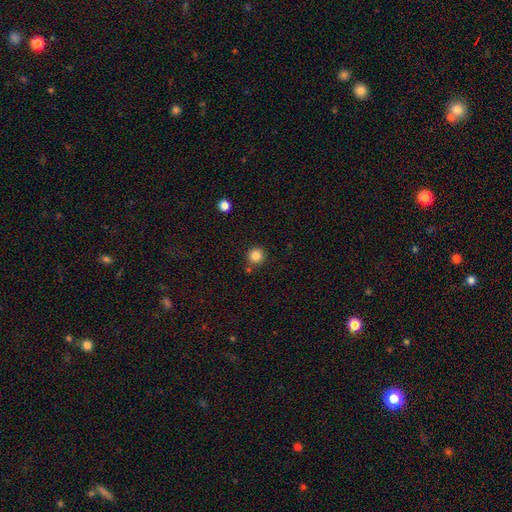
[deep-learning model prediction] Overall: smooth (84%). How rounded: round (95%). Merging: none (84%).